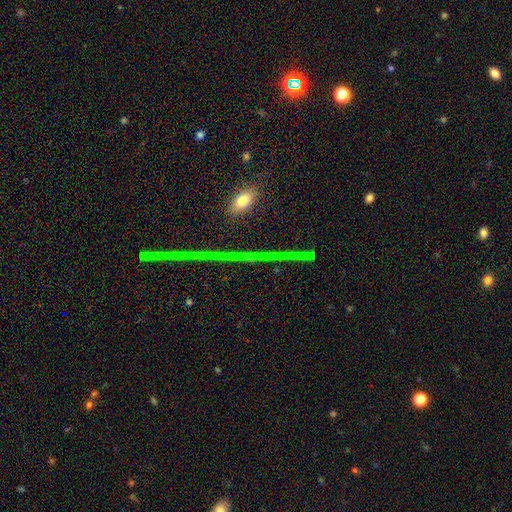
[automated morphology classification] This is possibly a star or artifact rather than a galaxy (56%).